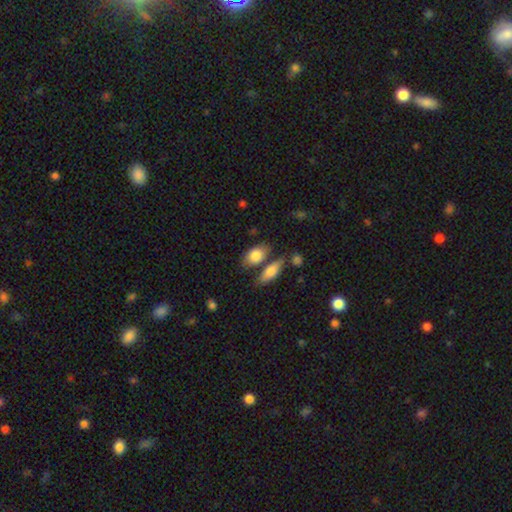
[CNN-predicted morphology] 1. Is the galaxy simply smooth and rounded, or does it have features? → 82% smooth, 12% featured or disk, 6% star or artifact.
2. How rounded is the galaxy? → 86% in between, 10% round, 4% cigar-shaped.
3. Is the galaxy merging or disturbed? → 56% none, 21% merger, 17% minor disturbance, 6% major disturbance.